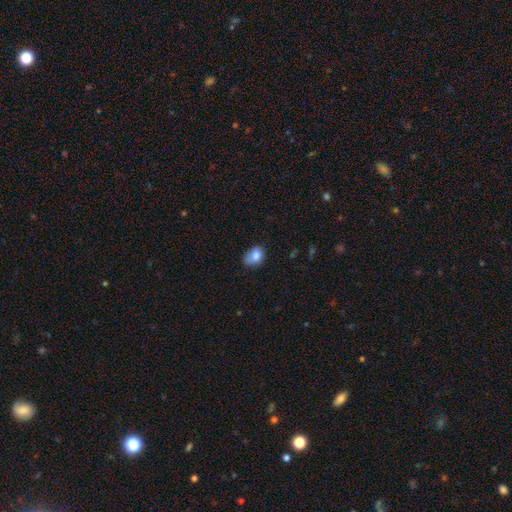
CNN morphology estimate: type=smooth (81%); roundness=in between (67%); merging=none (52%).